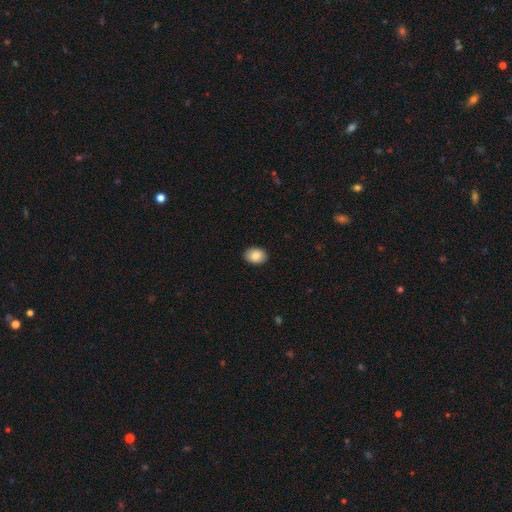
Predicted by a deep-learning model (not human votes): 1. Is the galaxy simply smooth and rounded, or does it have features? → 87% smooth, 7% star or artifact, 5% featured or disk.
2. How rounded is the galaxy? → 72% in between, 27% round, 1% cigar-shaped.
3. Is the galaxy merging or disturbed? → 90% none, 8% minor disturbance, 2% major disturbance, 1% merger.